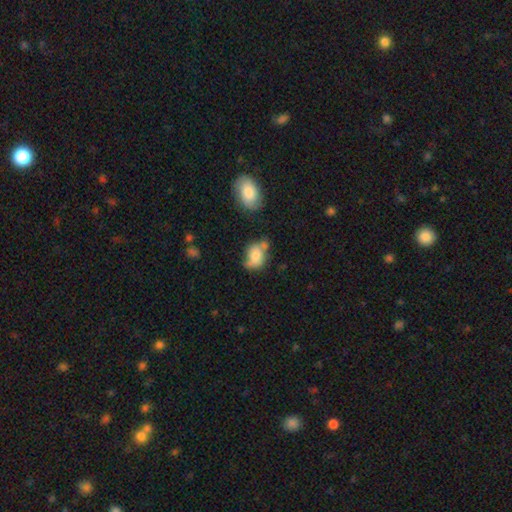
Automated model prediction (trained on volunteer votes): A smooth galaxy with no disk features (68%) that is in between round and cigar-shaped (73%).

Vote fractions:
- Smooth or featured? smooth: 68% / featured or disk: 23% / star or artifact: 9%
- How rounded? in between: 73% / round: 25% / cigar-shaped: 2%
- Merging? none: 39% / minor disturbance: 30% / merger: 17% / major disturbance: 14%